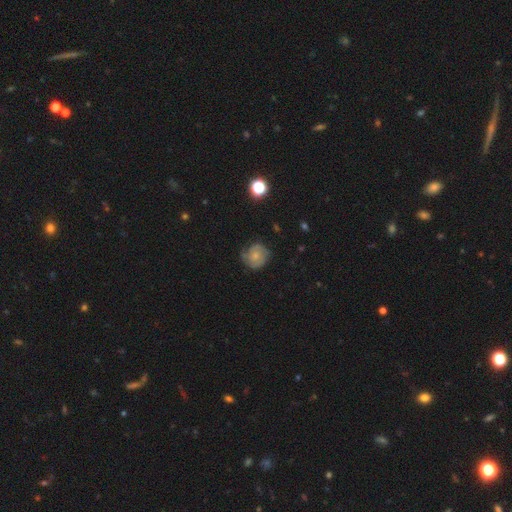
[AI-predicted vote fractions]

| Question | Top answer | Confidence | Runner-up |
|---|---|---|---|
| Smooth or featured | featured or disk | 54% | smooth (37%) |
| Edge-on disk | no | 98% | yes (2%) |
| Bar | no | 81% | weak (16%) |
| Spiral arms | yes | 85% | no (15%) |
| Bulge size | small | 63% | moderate (27%) |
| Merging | none | 65% | minor disturbance (25%) |